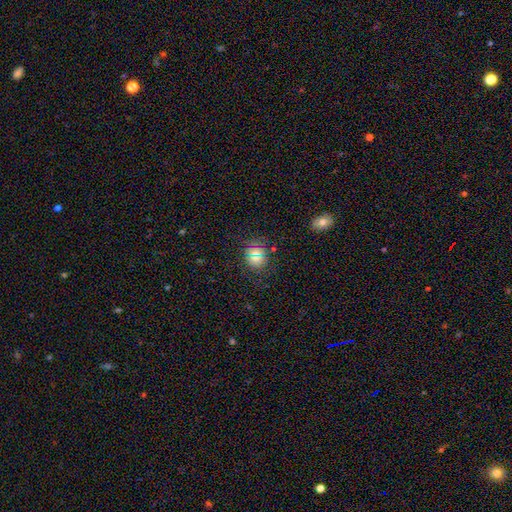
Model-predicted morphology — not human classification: This is likely a smooth galaxy (62%). How rounded: clearly round (81%). Merging: clearly none (82%).